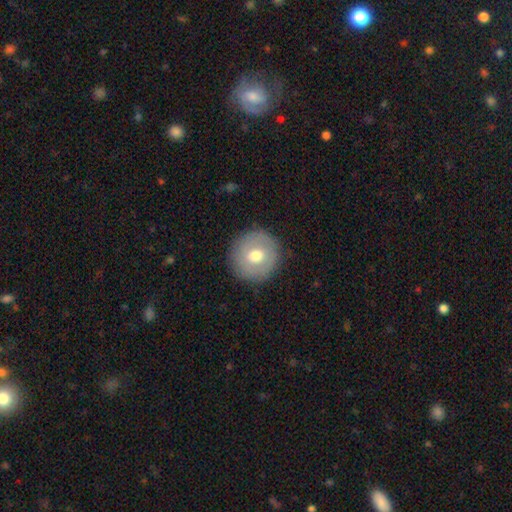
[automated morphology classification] smooth_or_featured: smooth (p=0.65) [alt: featured or disk p=0.27]
how_rounded: round (p=0.94) [alt: in between p=0.05]
merging: none (p=0.89) [alt: minor disturbance p=0.08]